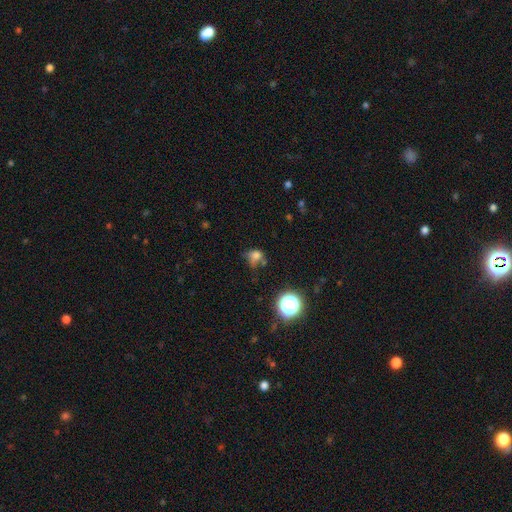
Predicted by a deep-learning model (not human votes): Morphology: type=smooth (65%); roundness=round (61%); merging=none (42%).